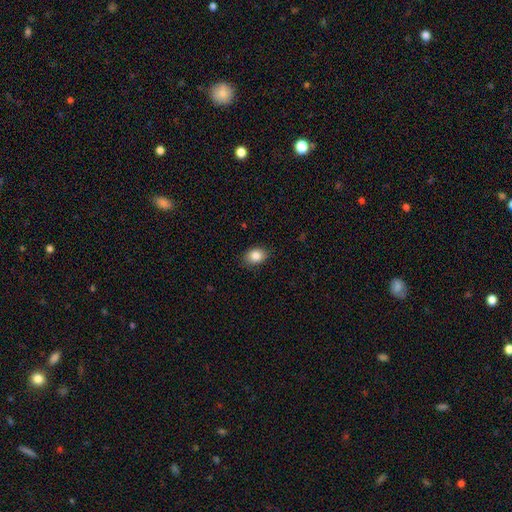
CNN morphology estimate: smooth_or_featured: smooth (p=0.86) [alt: star or artifact p=0.09]
how_rounded: in between (p=0.71) [alt: round p=0.28]
merging: none (p=0.85) [alt: minor disturbance p=0.12]